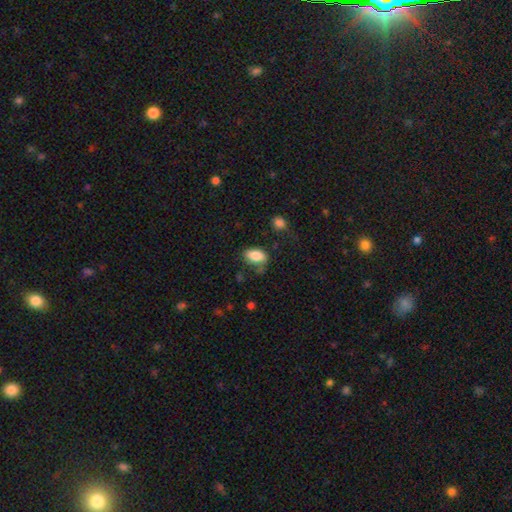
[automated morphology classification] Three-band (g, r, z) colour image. It shows a smooth galaxy with no disk features (84%) that is in between round and cigar-shaped (90%). Merging: none (64%).